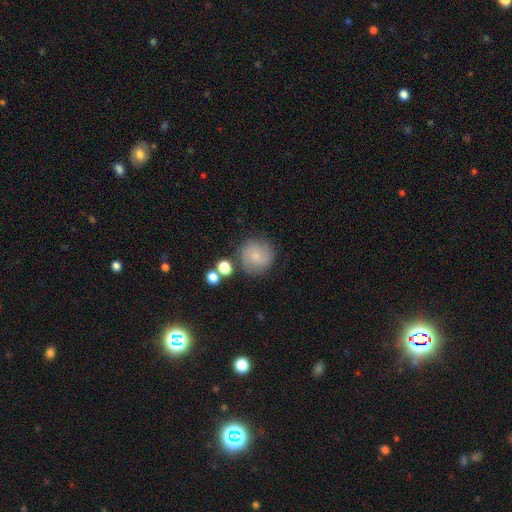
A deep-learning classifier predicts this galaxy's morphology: smooth 58%, featured or disk 33%, star or artifact 9%. Down the decision tree: how rounded — round (93%); merging — none (76%).